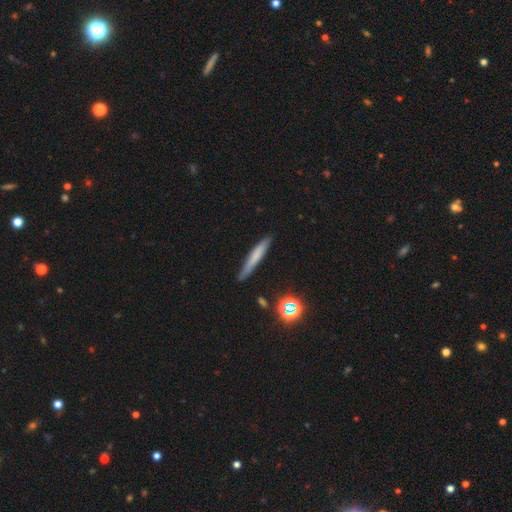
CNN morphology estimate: type=smooth (62%); roundness=cigar-shaped (94%); merging=none (84%).